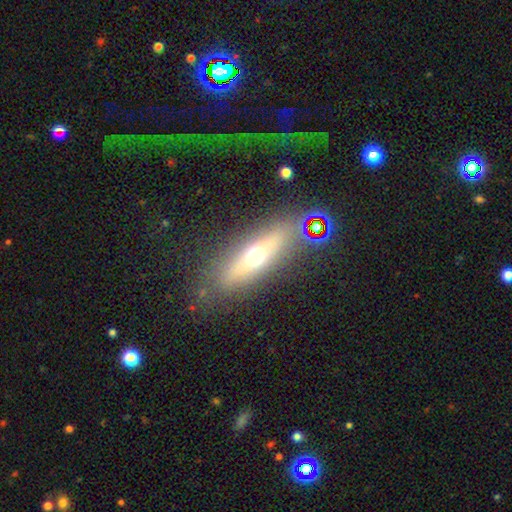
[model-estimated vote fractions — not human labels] Smooth or featured?
  - smooth: 45% *
  - featured or disk: 43%
  - star or artifact: 11%
Merging?
  - none: 77% *
  - minor disturbance: 13%
  - major disturbance: 6%
  - merger: 4%